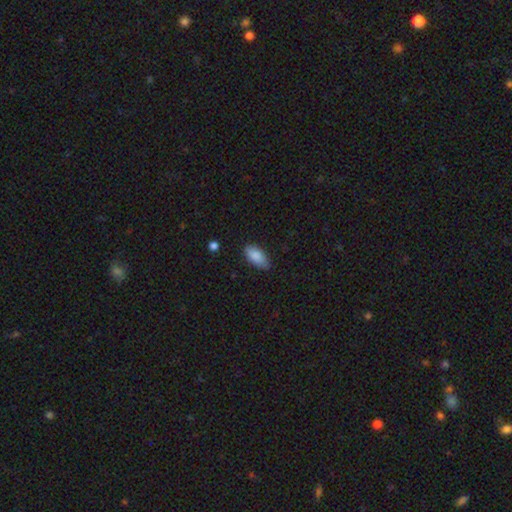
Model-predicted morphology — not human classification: type=smooth (87%); roundness=in between (91%); merging=none (76%).